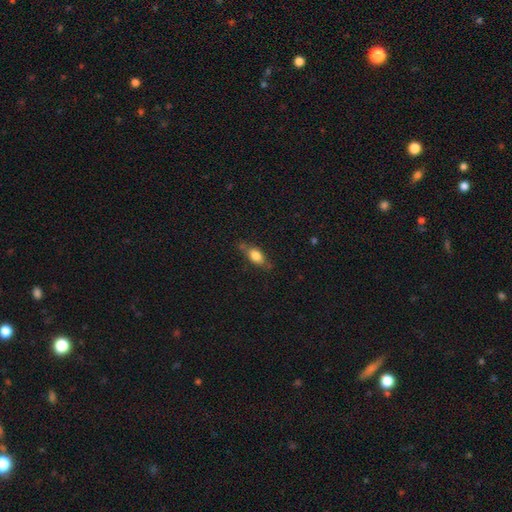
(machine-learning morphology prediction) A smooth galaxy with no disk features (75%) that is in between round and cigar-shaped (79%). Merging: none (65%).